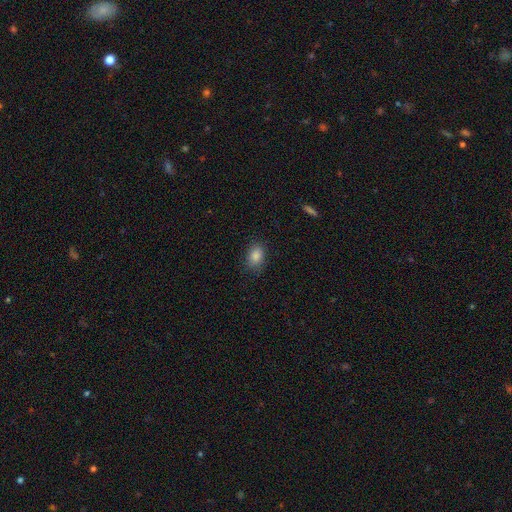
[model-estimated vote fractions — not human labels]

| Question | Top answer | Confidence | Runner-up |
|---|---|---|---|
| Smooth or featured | smooth | 84% | star or artifact (10%) |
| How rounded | in between | 75% | round (24%) |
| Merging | none | 83% | minor disturbance (13%) |